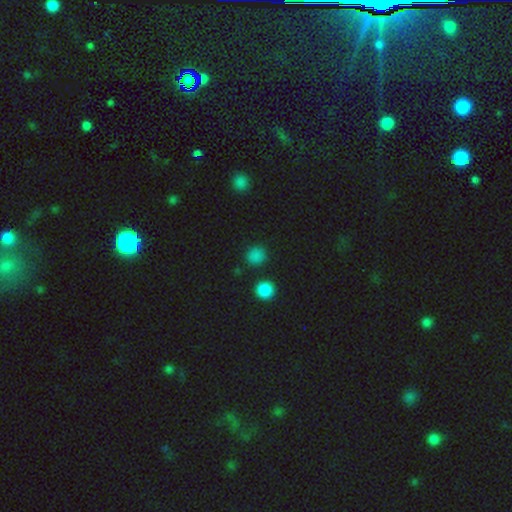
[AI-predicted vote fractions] This appears to be a smooth galaxy with no disk features (80%) that is round (88%). Merging: none (86%).